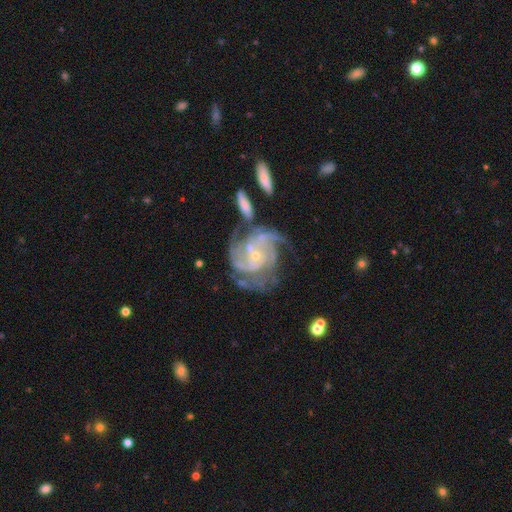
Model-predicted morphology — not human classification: smooth_or_featured: featured or disk (p=0.90) [alt: star or artifact p=0.06]
disk_edge_on: no (p=0.98) [alt: yes p=0.02]
bar: no (p=0.65) [alt: weak p=0.27]
has_spiral_arms: yes (p=0.97) [alt: no p=0.03]
spiral_winding: tight (p=0.51) [alt: medium p=0.40]
spiral_arm_count: 3 (p=0.30) [alt: 4 p=0.24]
bulge_size: small (p=0.80) [alt: moderate p=0.16]
merging: none (p=0.53) [alt: minor disturbance p=0.19]